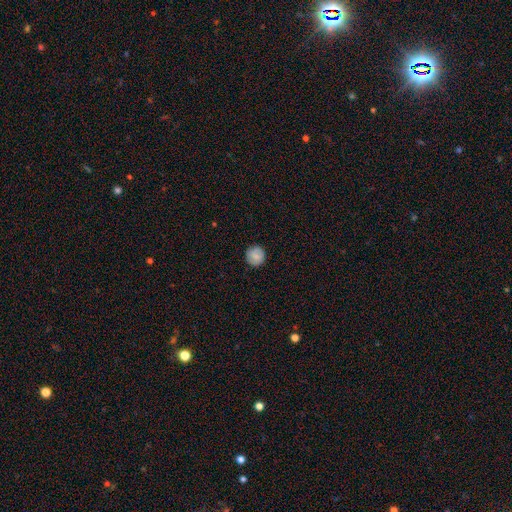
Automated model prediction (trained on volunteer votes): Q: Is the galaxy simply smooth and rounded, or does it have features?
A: smooth — 79%.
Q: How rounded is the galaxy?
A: round — 94%.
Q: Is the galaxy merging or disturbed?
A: none — 89%.